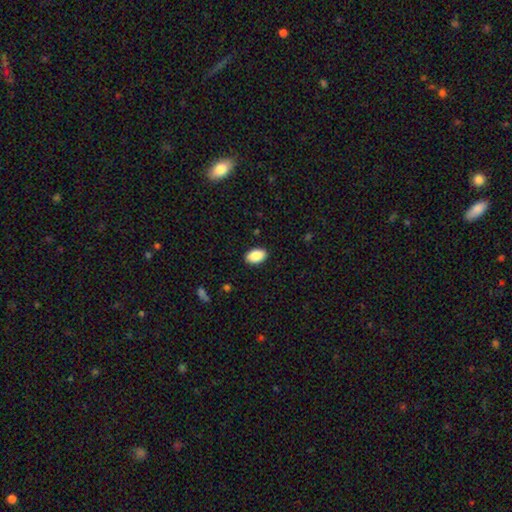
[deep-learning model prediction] Q: Smooth or featured?
A: smooth (89%); runner-up: star or artifact (7%)
Q: How rounded?
A: in between (93%); runner-up: round (6%)
Q: Merging?
A: none (89%); runner-up: minor disturbance (8%)